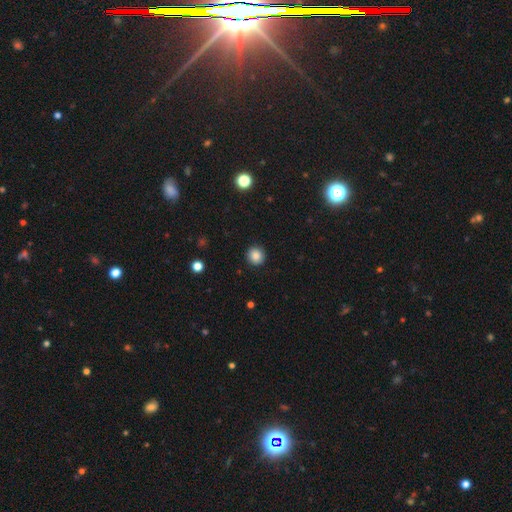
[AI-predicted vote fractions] smooth_or_featured: smooth (p=0.86) [alt: star or artifact p=0.10]
how_rounded: round (p=0.92) [alt: in between p=0.07]
merging: none (p=0.91) [alt: minor disturbance p=0.06]